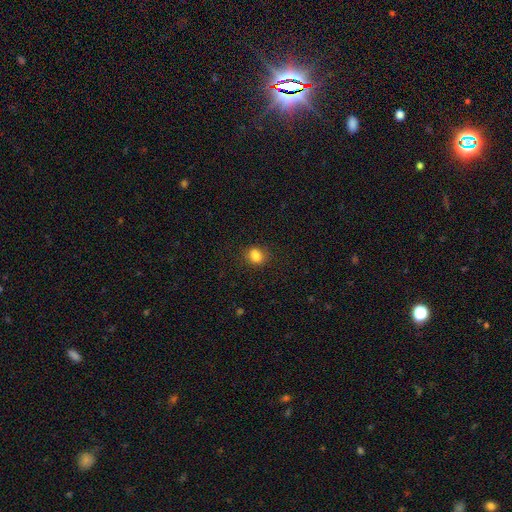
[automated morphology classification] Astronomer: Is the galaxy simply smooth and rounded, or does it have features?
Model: smooth — 83%.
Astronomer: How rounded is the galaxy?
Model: round — 52% (runner-up: in between, 47%).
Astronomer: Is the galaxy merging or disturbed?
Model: none — 82%.